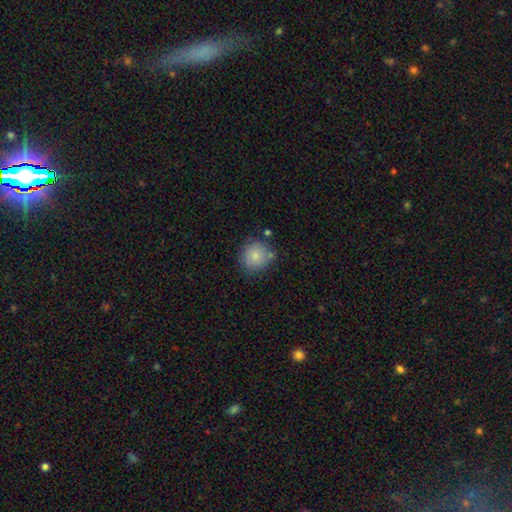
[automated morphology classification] Smooth or featured? smooth (83%)
How rounded? round (91%)
Merging? none (77%)